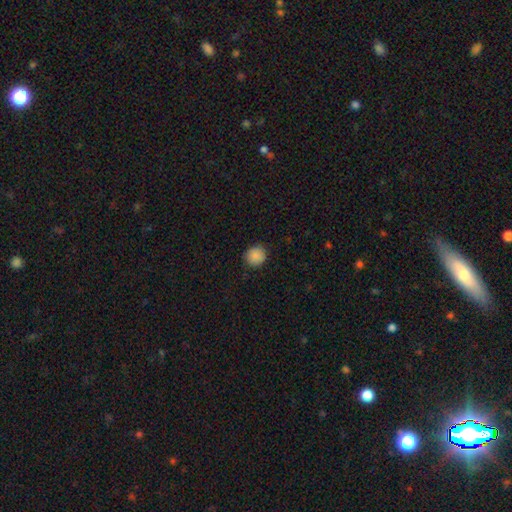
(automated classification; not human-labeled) smooth 88%, star or artifact 9%, featured or disk 3%. Down the decision tree: how rounded — round (90%); merging — none (89%).